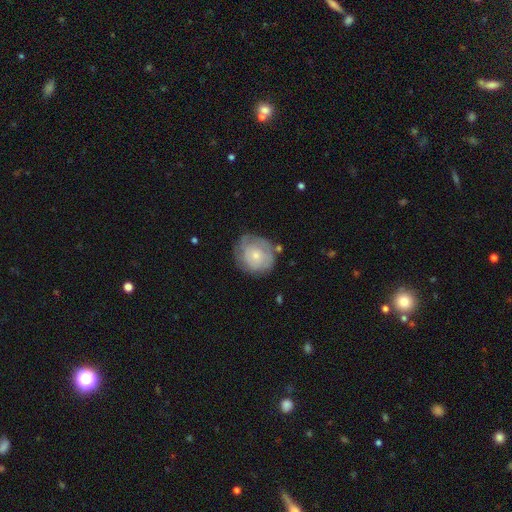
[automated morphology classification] A smooth galaxy with no disk features (48%). Merging: none (63%).